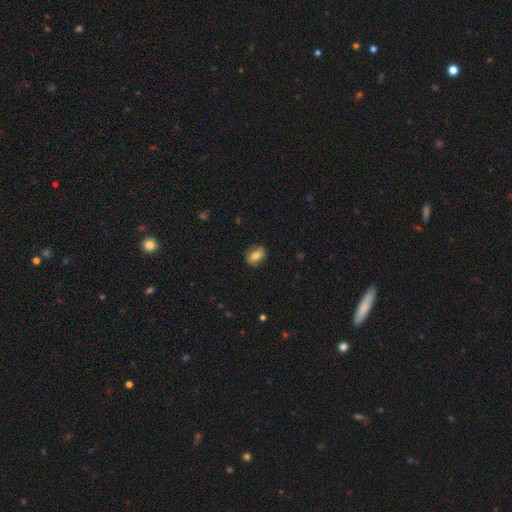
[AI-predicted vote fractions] Smooth or featured? Predicted: smooth (p=0.66). How rounded? Predicted: in between (p=0.74). Merging? Predicted: none (p=0.81).